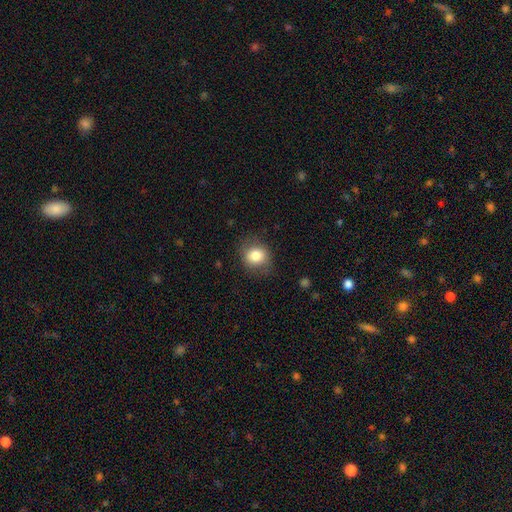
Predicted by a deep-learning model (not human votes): Smooth or featured?
  - smooth: 81% *
  - featured or disk: 10%
  - star or artifact: 9%
How rounded?
  - round: 70% *
  - in between: 29%
  - cigar-shaped: 1%
Merging?
  - none: 79% *
  - minor disturbance: 15%
  - major disturbance: 5%
  - merger: 1%